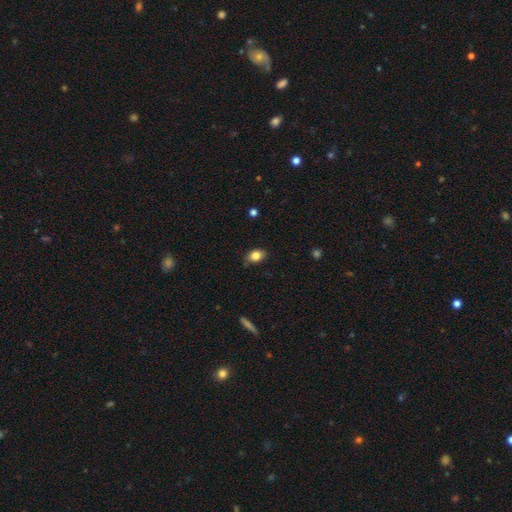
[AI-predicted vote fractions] Smooth or featured? smooth (83%)
How rounded? in between (78%)
Merging? none (75%)